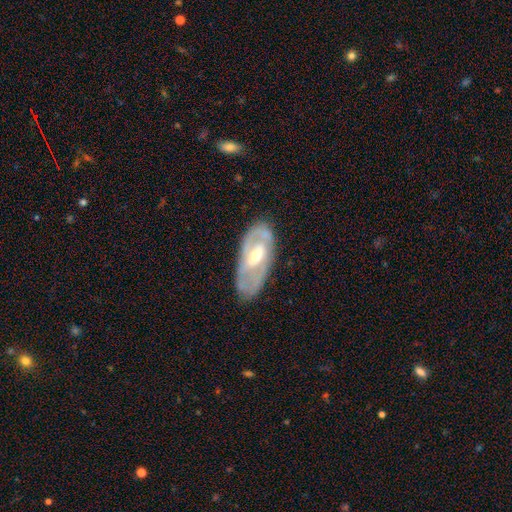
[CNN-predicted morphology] The model was most divided on "bar": weak: 45%, strong: 28%, no: 28%. More confident: edge-on disk — no (90%); smooth or featured — featured or disk (76%); merging — none (75%); spiral arms — yes (71%); bulge size — moderate (60%).